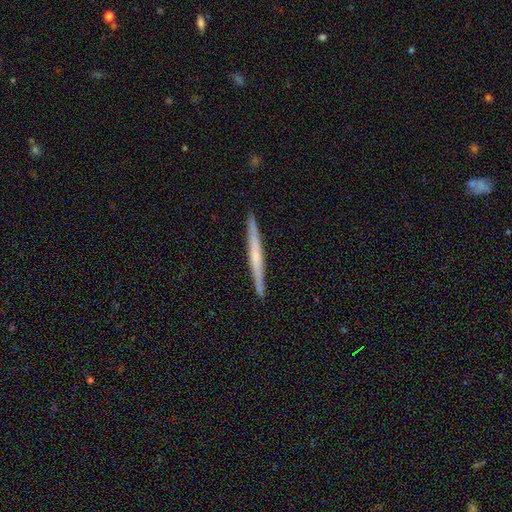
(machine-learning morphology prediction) The model was most divided on "smooth or featured": featured or disk: 57%, smooth: 38%, star or artifact: 6%. More confident: edge-on disk — yes (97%); merging — none (91%); edge-on bulge — none (58%).